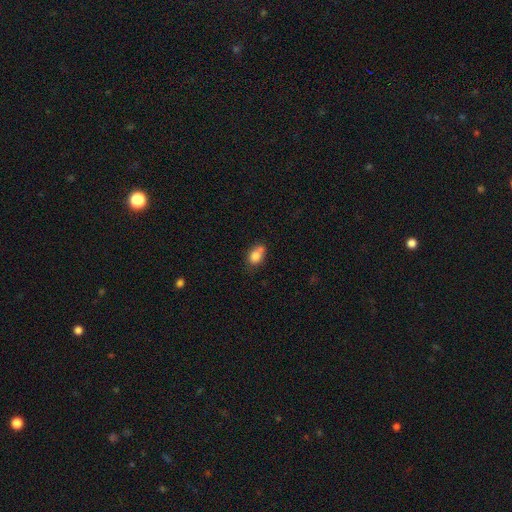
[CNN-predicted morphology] Smooth or featured?
  - smooth: 79% *
  - star or artifact: 10%
  - featured or disk: 10%
How rounded?
  - in between: 65% *
  - round: 33%
  - cigar-shaped: 2%
Merging?
  - none: 43% *
  - merger: 31%
  - minor disturbance: 19%
  - major disturbance: 6%